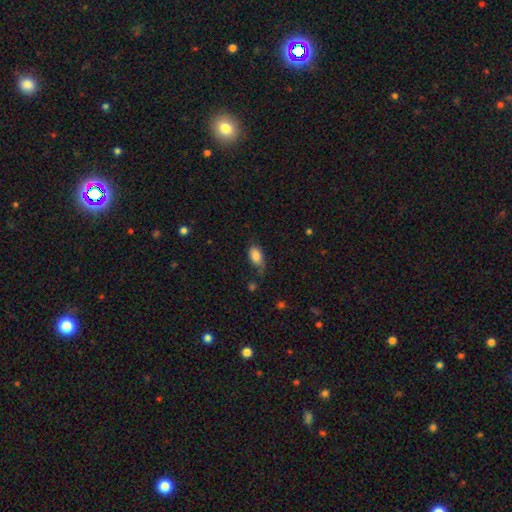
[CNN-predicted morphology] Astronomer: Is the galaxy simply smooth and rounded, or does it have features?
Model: smooth — 84%.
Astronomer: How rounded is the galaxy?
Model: in between — 91%.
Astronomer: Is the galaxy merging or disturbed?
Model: none — 45% (runner-up: minor disturbance, 36%).